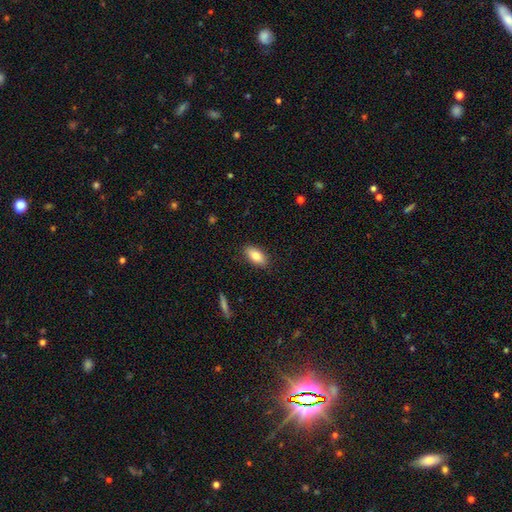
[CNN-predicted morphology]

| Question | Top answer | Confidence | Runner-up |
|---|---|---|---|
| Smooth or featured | smooth | 84% | featured or disk (9%) |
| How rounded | in between | 89% | cigar-shaped (7%) |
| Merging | none | 87% | minor disturbance (10%) |